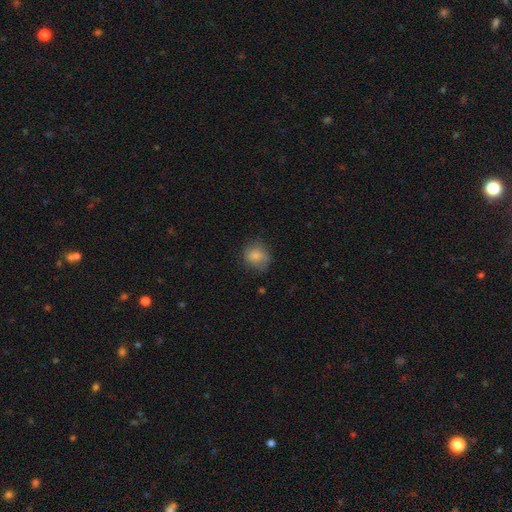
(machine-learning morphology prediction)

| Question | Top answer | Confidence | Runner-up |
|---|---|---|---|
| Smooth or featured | smooth | 80% | featured or disk (10%) |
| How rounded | round | 68% | in between (31%) |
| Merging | none | 66% | minor disturbance (24%) |